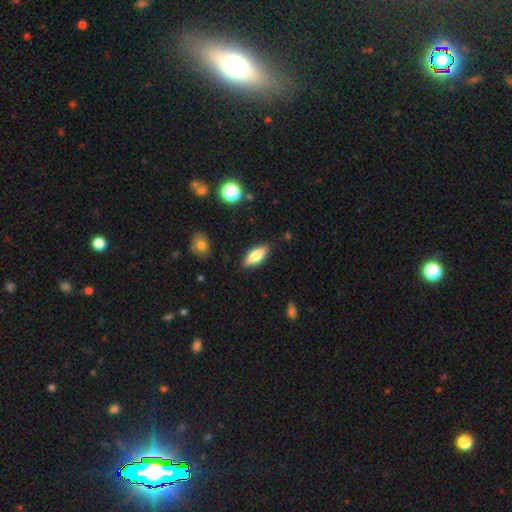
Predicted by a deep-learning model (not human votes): The model was most divided on "smooth or featured": smooth: 59%, featured or disk: 34%, star or artifact: 7%. More confident: merging — none (85%); how rounded — in between (68%).